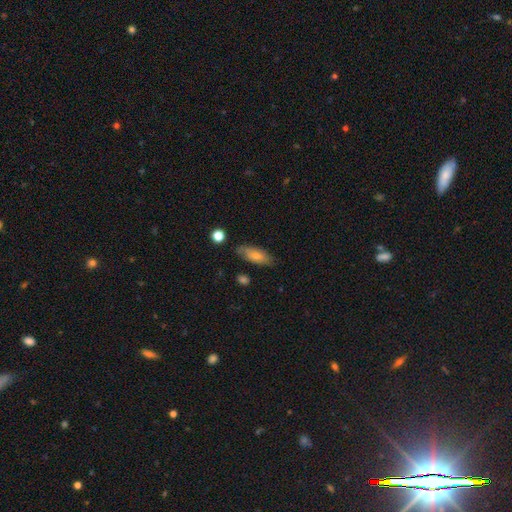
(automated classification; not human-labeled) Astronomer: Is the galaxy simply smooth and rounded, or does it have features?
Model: smooth — 70%.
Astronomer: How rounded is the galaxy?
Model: in between — 74%.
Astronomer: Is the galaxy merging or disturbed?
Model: none — 75%.